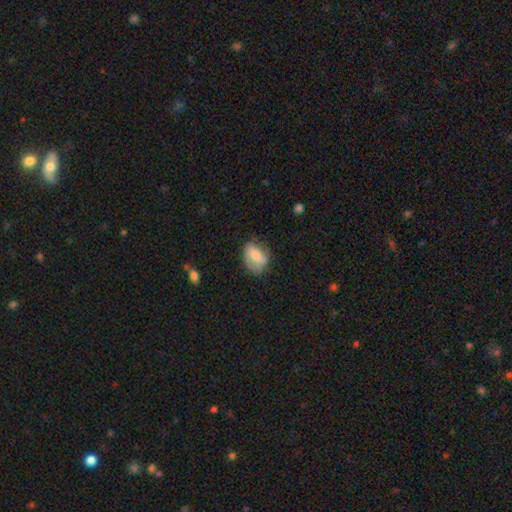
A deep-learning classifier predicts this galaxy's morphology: Smooth or featured?
  - smooth: 53% *
  - featured or disk: 39%
  - star or artifact: 8%
How rounded?
  - in between: 72% *
  - round: 27%
  - cigar-shaped: 2%
Merging?
  - none: 55% *
  - minor disturbance: 30%
  - major disturbance: 13%
  - merger: 2%